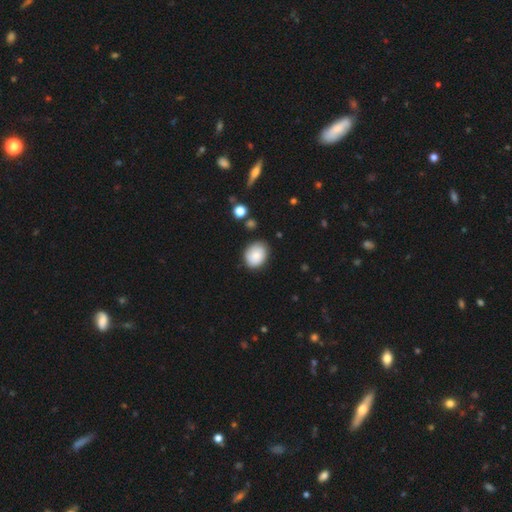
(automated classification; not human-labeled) A smooth galaxy with no disk features (79%) that is round (50%). Merging: none (75%).